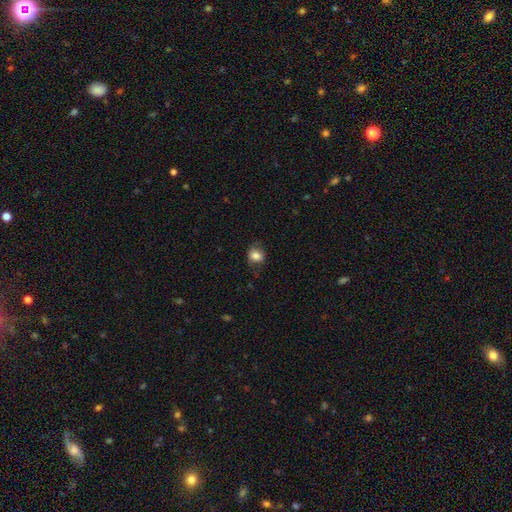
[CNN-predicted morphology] A smooth galaxy with no disk features (78%) that is round (51%).

Vote fractions:
- Smooth or featured? smooth: 78% / featured or disk: 13% / star or artifact: 9%
- How rounded? round: 51% / in between: 48% / cigar-shaped: 1%
- Merging? none: 66% / minor disturbance: 24% / major disturbance: 9% / merger: 1%